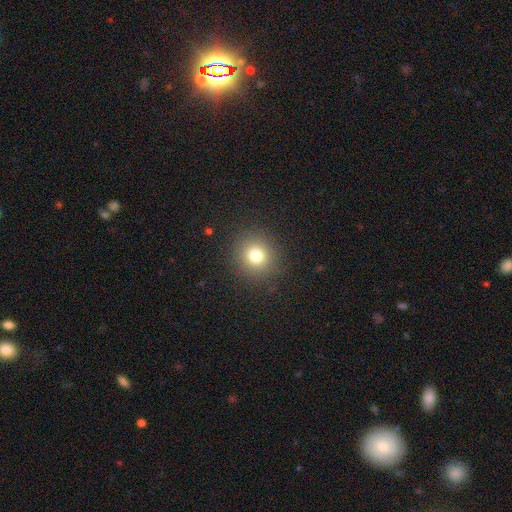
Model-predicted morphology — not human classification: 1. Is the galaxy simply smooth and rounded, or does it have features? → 78% smooth, 14% star or artifact, 8% featured or disk.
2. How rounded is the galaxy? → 91% round, 8% in between, 1% cigar-shaped.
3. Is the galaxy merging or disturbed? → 90% none, 6% minor disturbance, 3% major disturbance, 1% merger.